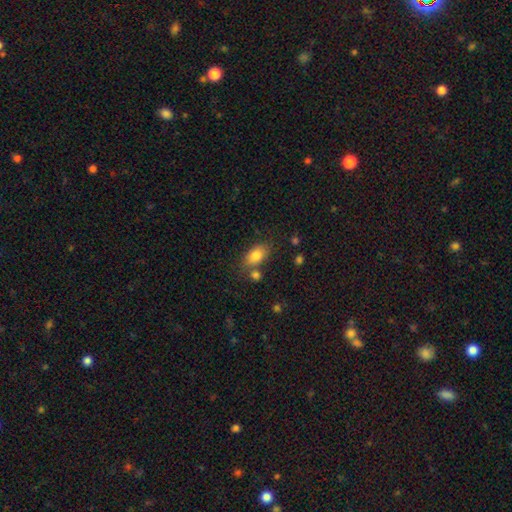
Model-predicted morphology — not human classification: The model was most divided on "merging": none: 66%, minor disturbance: 15%, merger: 15%, major disturbance: 5%. More confident: how rounded — in between (87%); smooth or featured — smooth (83%).